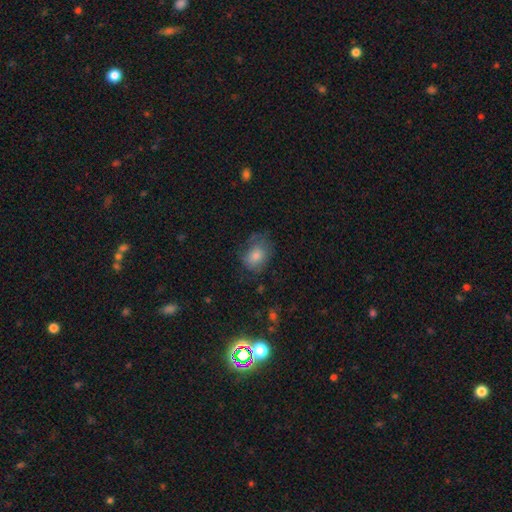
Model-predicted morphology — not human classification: Smooth or featured: smooth — 70% (featured or disk — 16%)
How rounded: in between — 64% (round — 35%)
Merging: none — 57% (minor disturbance — 27%)